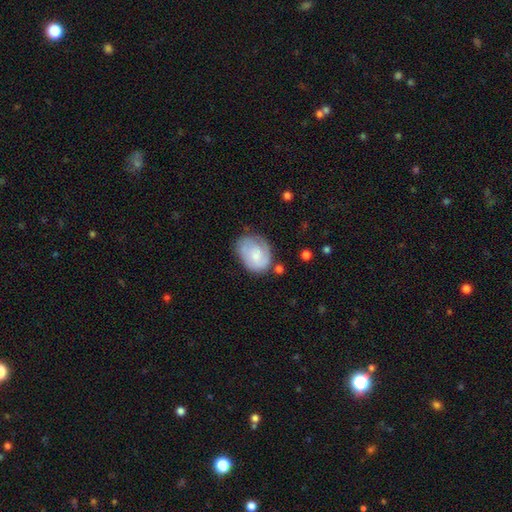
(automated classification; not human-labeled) smooth-or-featured: featured or disk: 47% | smooth: 46% | star or artifact: 6%
  merging: none: 57% | minor disturbance: 27% | major disturbance: 11% | merger: 5%